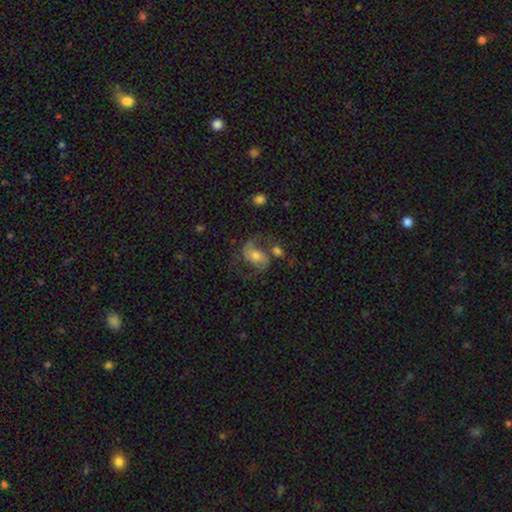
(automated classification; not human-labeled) Smooth or featured? Predicted: featured or disk (p=0.73). Edge-on disk? Predicted: no (p=0.97). Bar? Predicted: no (p=0.51). Spiral arms? Predicted: yes (p=0.92). Spiral winding? Predicted: medium (p=0.45, tied with loose). Spiral arm count? Predicted: 2 (p=0.91). Bulge size? Predicted: moderate (p=0.52). Merging? Predicted: none (p=0.53).